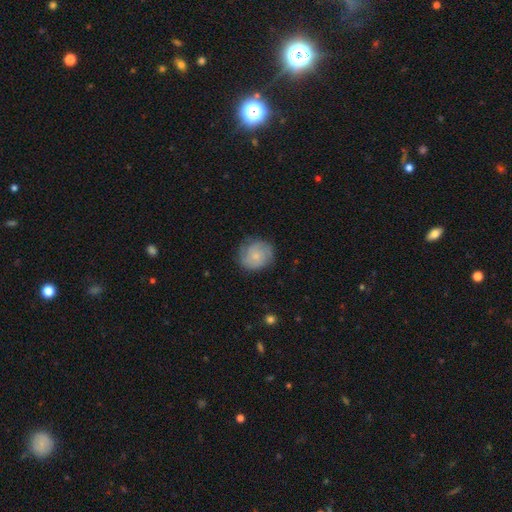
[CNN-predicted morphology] Overall: smooth (54%; featured or disk 38%). How rounded: round (82%). Merging: none (77%).